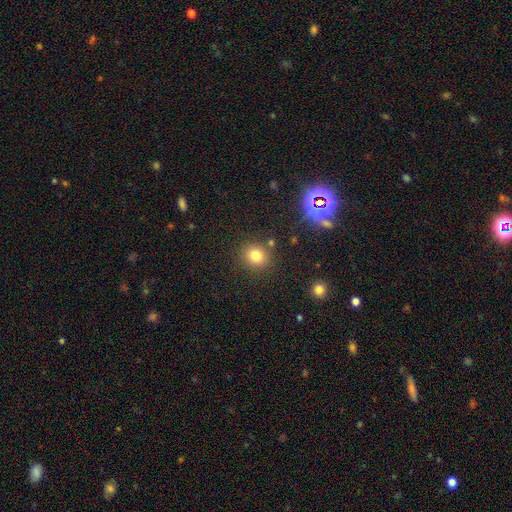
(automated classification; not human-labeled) The model was most divided on "how rounded": round: 81%, in between: 18%, cigar-shaped: 1%. More confident: merging — none (82%); smooth or featured — smooth (78%).